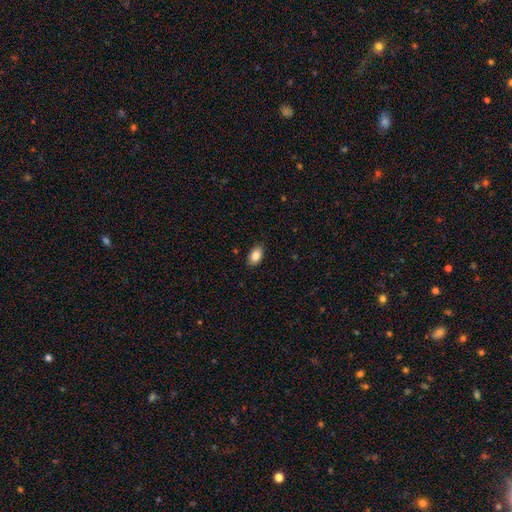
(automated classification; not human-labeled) This is clearly a smooth galaxy (85%). How rounded: clearly in between (89%). Merging: clearly none (87%).